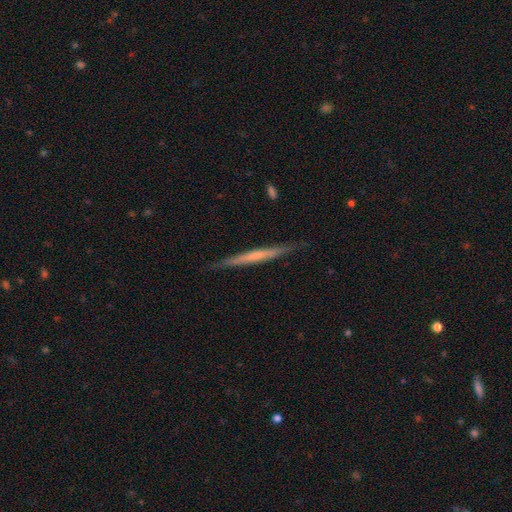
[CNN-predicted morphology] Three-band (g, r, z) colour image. It shows a featured or disk galaxy (56%) viewed edge-on (97%) with no central bulge (71%). Merging: none (87%).